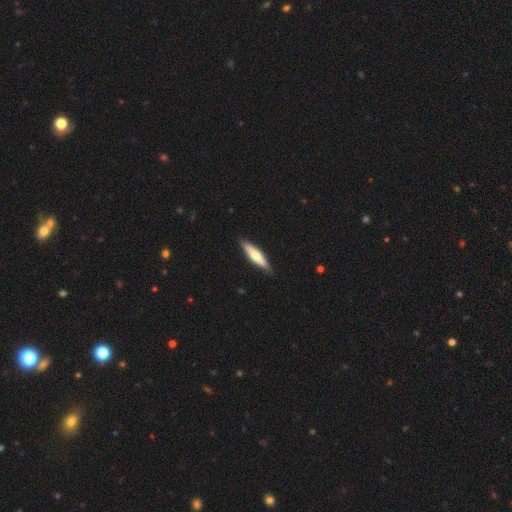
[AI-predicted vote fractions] Q: Smooth or featured?
A: smooth (55%); runner-up: featured or disk (39%)
Q: How rounded?
A: cigar-shaped (77%); runner-up: in between (22%)
Q: Merging?
A: none (90%); runner-up: minor disturbance (8%)